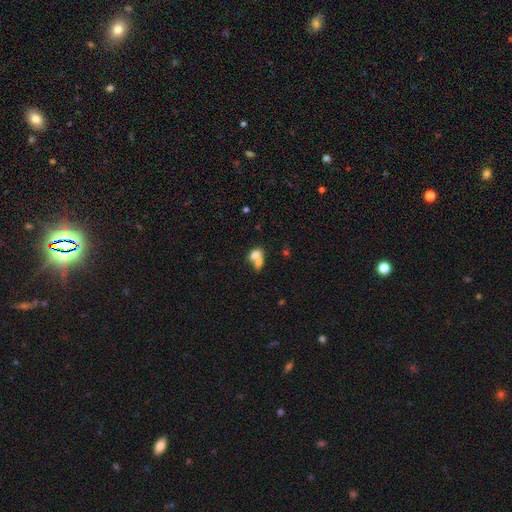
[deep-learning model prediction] Overall: smooth (74%). How rounded: in between (70%). Merging: merger (67%).